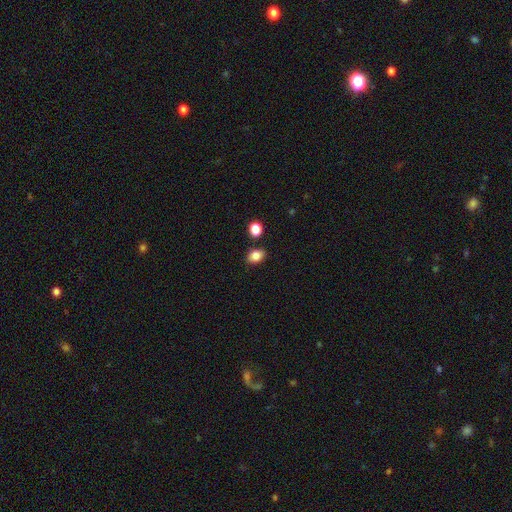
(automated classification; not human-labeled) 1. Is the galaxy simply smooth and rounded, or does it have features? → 84% smooth, 10% star or artifact, 6% featured or disk.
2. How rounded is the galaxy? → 68% in between, 31% round, 1% cigar-shaped.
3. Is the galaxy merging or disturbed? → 82% none, 10% minor disturbance, 6% merger, 3% major disturbance.